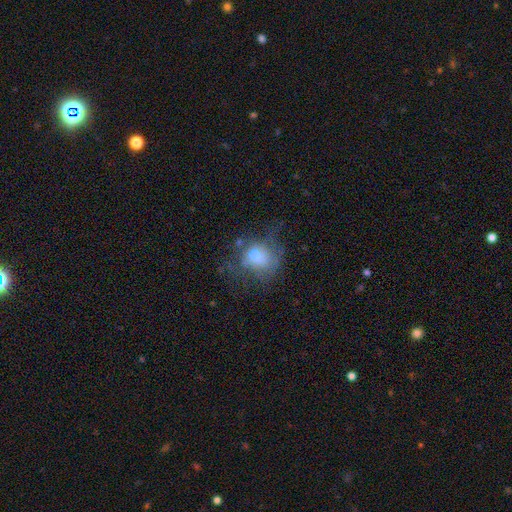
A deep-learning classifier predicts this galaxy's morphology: Q: Smooth or featured?
A: smooth (57%); runner-up: featured or disk (29%)
Q: How rounded?
A: round (53%); runner-up: in between (46%)
Q: Merging?
A: none (42%); runner-up: major disturbance (28%)